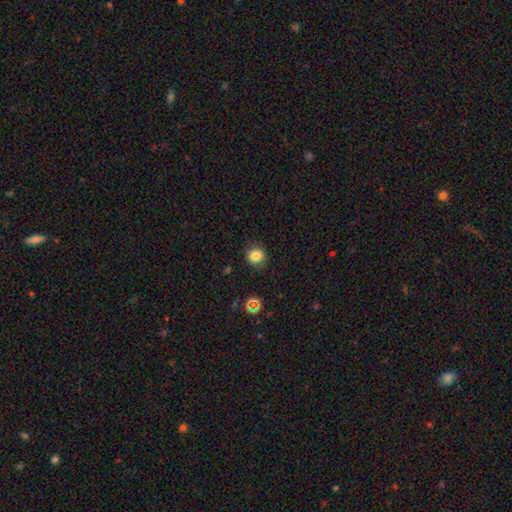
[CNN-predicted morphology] smooth-or-featured: smooth: 83% | star or artifact: 12% | featured or disk: 5%
  how-rounded: round: 85% | in between: 14% | cigar-shaped: 1%
  merging: none: 86% | minor disturbance: 10% | major disturbance: 3% | merger: 1%